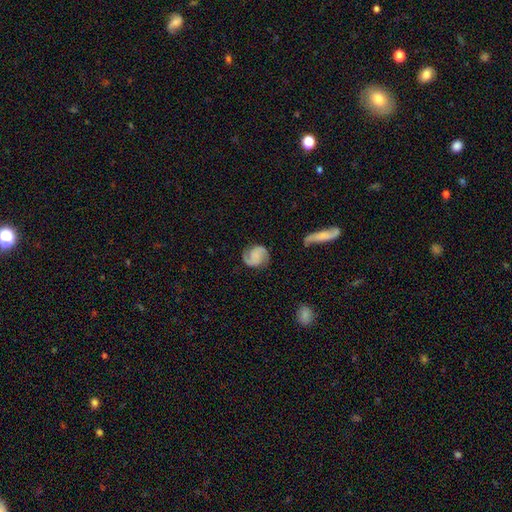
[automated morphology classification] type=featured or disk (77%); edge-on=no (98%); bar=no (60%); spiral arms=yes (97%); winding=medium (47%); arm count=2 (91%); bulge=none (61%); merging=none (80%).